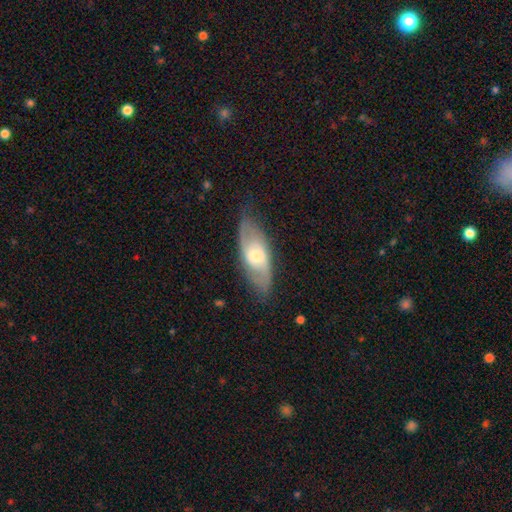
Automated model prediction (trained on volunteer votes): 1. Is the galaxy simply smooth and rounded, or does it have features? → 61% featured or disk, 33% smooth, 6% star or artifact.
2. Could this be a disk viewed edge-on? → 83% no, 17% yes.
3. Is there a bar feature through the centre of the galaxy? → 50% no, 41% weak, 9% strong.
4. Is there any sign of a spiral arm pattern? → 82% yes, 18% no.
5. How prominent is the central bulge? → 61% moderate, 22% small, 13% large, 2% none, 1% dominant.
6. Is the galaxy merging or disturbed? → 76% none, 18% minor disturbance, 5% major disturbance, 1% merger.